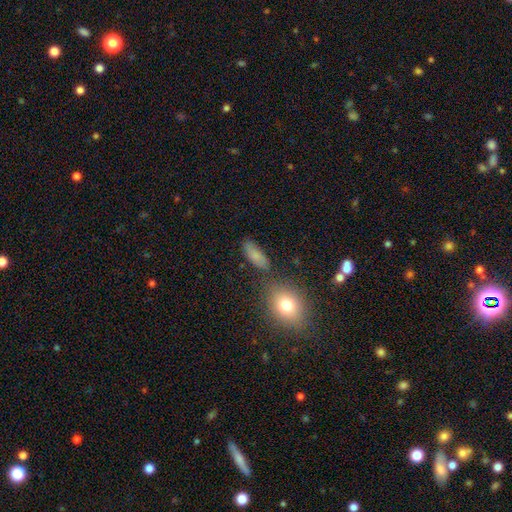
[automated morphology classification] smooth-or-featured: smooth: 75% | featured or disk: 13% | star or artifact: 11%
  how-rounded: in between: 75% | cigar-shaped: 18% | round: 7%
  merging: none: 72% | minor disturbance: 16% | merger: 7% | major disturbance: 5%